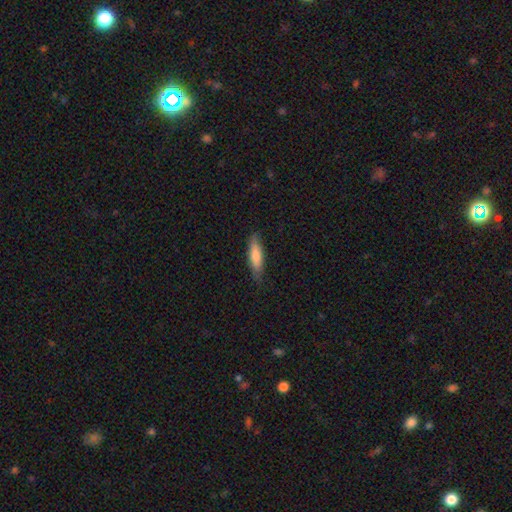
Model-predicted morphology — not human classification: A smooth galaxy with no disk features (80%) that is cigar-shaped (65%).

Vote fractions:
- Smooth or featured? smooth: 80% / featured or disk: 15% / star or artifact: 5%
- How rounded? cigar-shaped: 65% / in between: 33% / round: 1%
- Merging? none: 80% / minor disturbance: 16% / major disturbance: 3% / merger: 1%